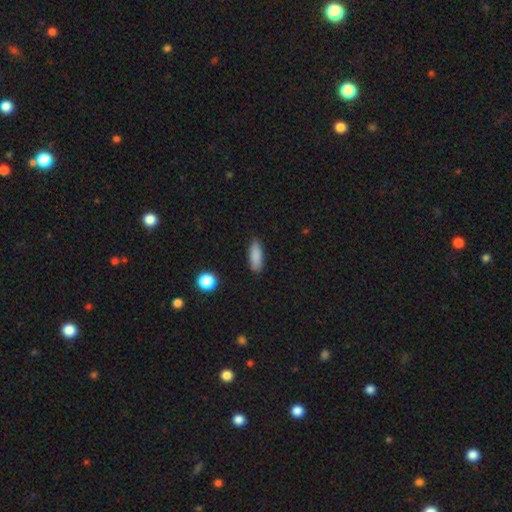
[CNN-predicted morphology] Smooth or featured? Predicted: smooth (p=0.86). How rounded? Predicted: in between (p=0.67). Merging? Predicted: none (p=0.85).